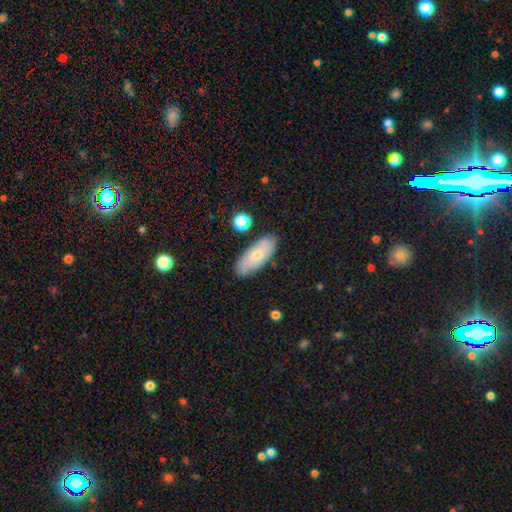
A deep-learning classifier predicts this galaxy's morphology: The model was most divided on "smooth or featured": smooth: 64%, featured or disk: 29%, star or artifact: 7%. More confident: merging — none (84%); how rounded — in between (78%).